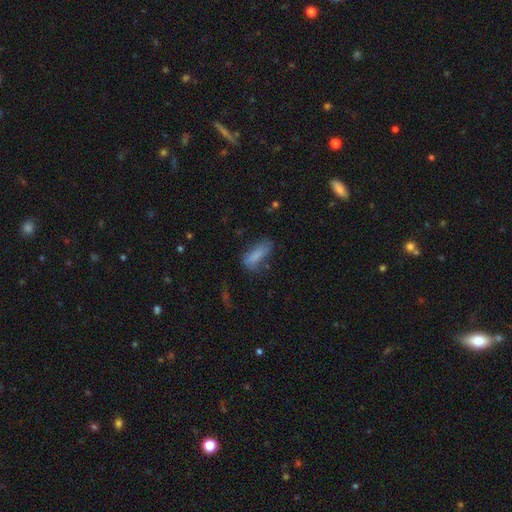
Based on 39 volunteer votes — smooth 82%, featured or disk 13%, star or artifact 5%. Down the decision tree: how rounded — in between (56%); merging — none (43%).